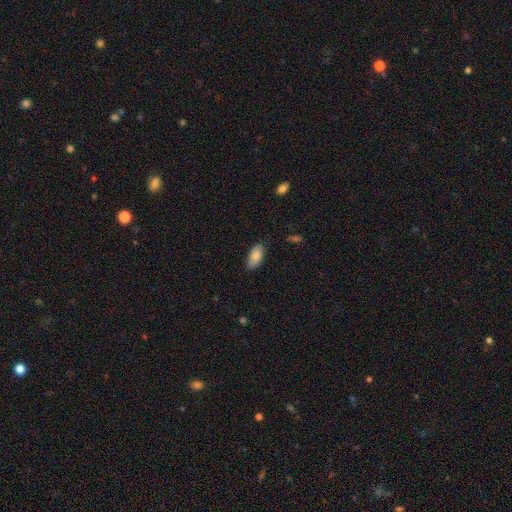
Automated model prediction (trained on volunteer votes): Smooth or featured: smooth — 84% (featured or disk — 9%)
How rounded: in between — 93% (cigar-shaped — 5%)
Merging: none — 78% (minor disturbance — 18%)